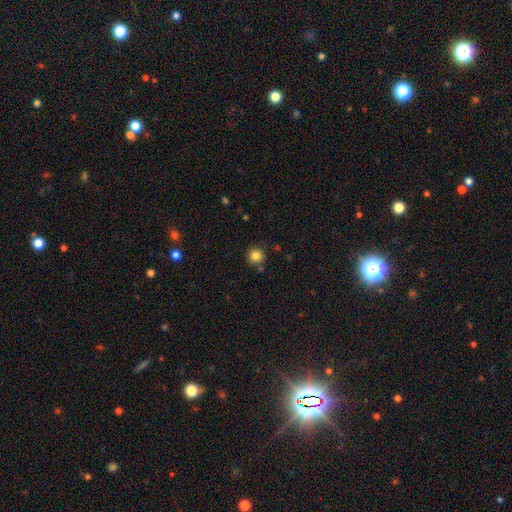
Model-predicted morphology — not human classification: Smooth or featured? Predicted: smooth (p=0.84). How rounded? Predicted: round (p=0.93). Merging? Predicted: none (p=0.84).